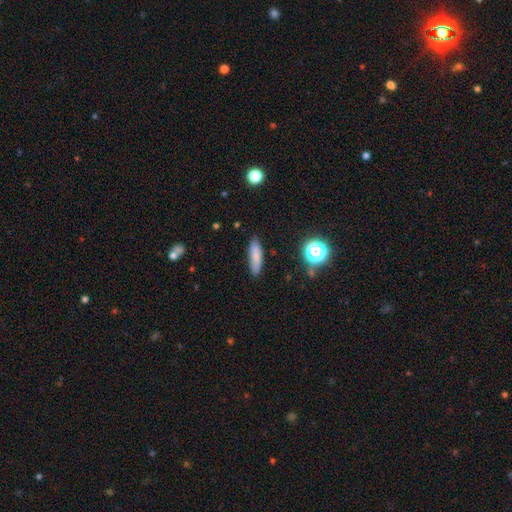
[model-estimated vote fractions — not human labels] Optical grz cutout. It shows a smooth galaxy with no disk features (78%) that is cigar-shaped (59%). Merging: none (83%).